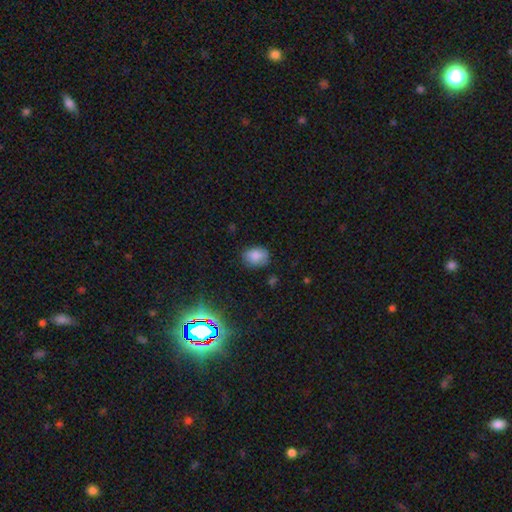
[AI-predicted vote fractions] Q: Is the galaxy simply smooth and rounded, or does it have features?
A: smooth — 83%.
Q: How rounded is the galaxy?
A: in between — 62%.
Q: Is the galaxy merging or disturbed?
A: none — 76%.